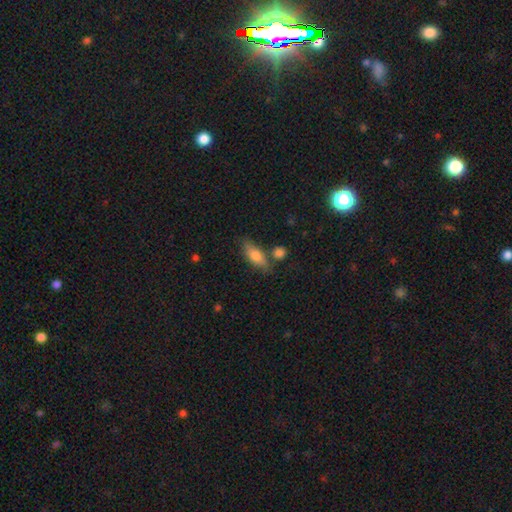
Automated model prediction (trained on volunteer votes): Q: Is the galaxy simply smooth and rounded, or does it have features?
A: smooth — 71%.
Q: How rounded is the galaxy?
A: in between — 63%.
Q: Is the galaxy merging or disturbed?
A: none — 69%.